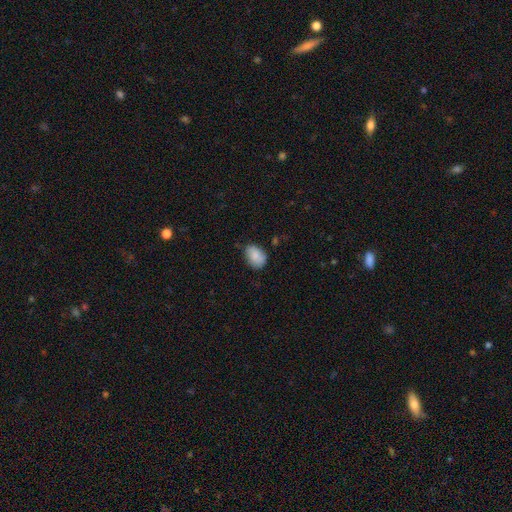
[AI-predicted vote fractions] Smooth or featured? Predicted: smooth (p=0.85). How rounded? Predicted: in between (p=0.81). Merging? Predicted: none (p=0.65).